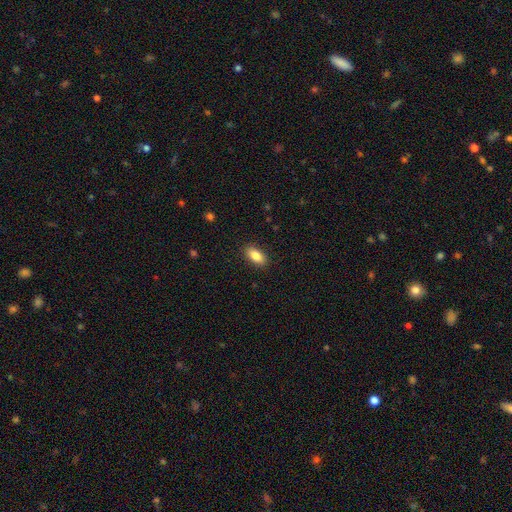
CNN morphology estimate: A smooth galaxy with no disk features (85%) that is in between round and cigar-shaped (89%). Merging: none (89%).